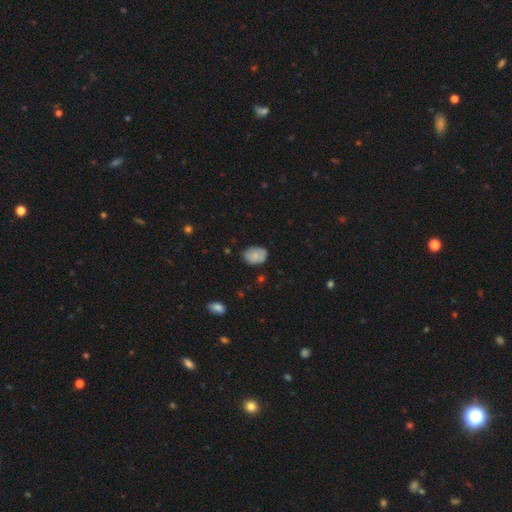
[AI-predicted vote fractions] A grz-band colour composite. It shows a smooth galaxy with no disk features (79%) that is in between round and cigar-shaped (77%). Merging: none (73%).